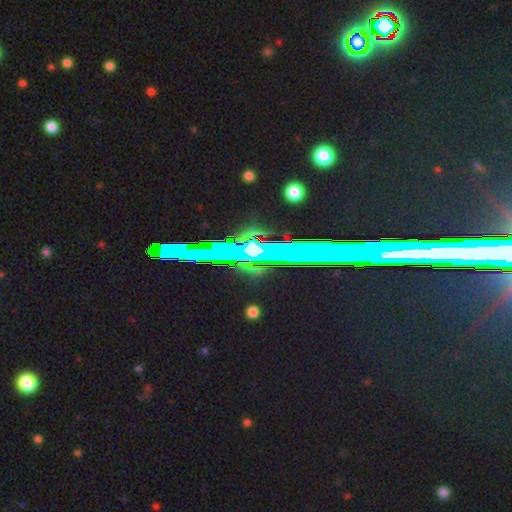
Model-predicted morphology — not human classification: This appears to be a star or artifact, not a galaxy (51%).